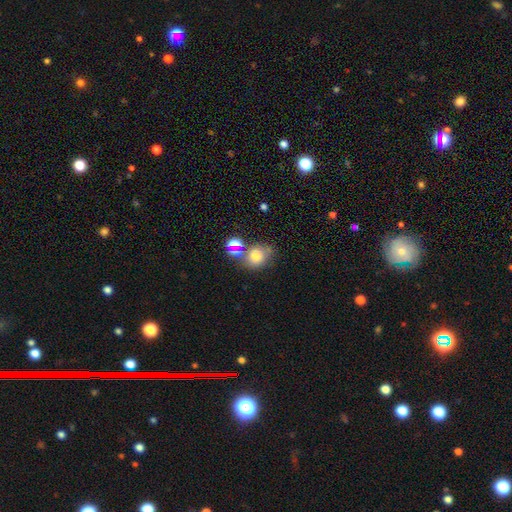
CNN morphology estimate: The model was most divided on "merging": none: 51%, merger: 26%, minor disturbance: 15%, major disturbance: 7%. More confident: smooth or featured — smooth (70%); how rounded — round (62%).